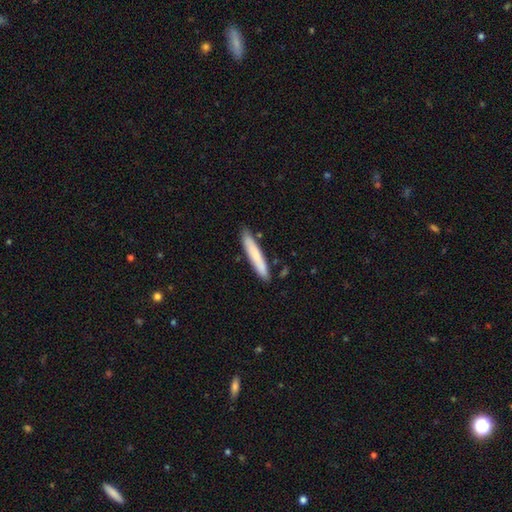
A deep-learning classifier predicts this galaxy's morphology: A smooth galaxy with no disk features (76%) that is cigar-shaped (94%).

Vote fractions:
- Smooth or featured? smooth: 76% / featured or disk: 18% / star or artifact: 6%
- How rounded? cigar-shaped: 94% / in between: 5% / round: 1%
- Merging? none: 86% / minor disturbance: 10% / merger: 2% / major disturbance: 2%